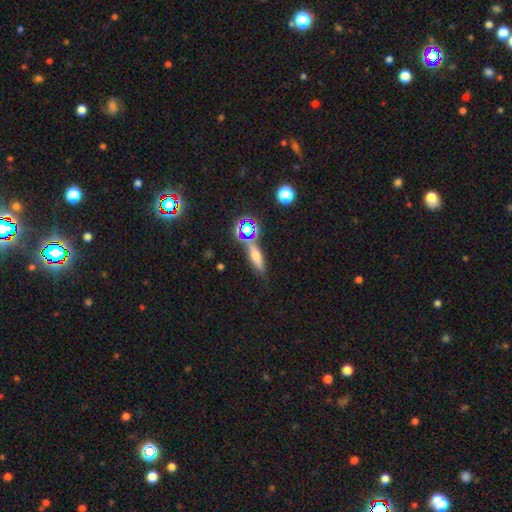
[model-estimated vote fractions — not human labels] smooth_or_featured: smooth (p=0.51) [alt: featured or disk p=0.26]
how_rounded: cigar-shaped (p=0.57) [alt: in between p=0.32]
merging: none (p=0.74) [alt: minor disturbance p=0.12]